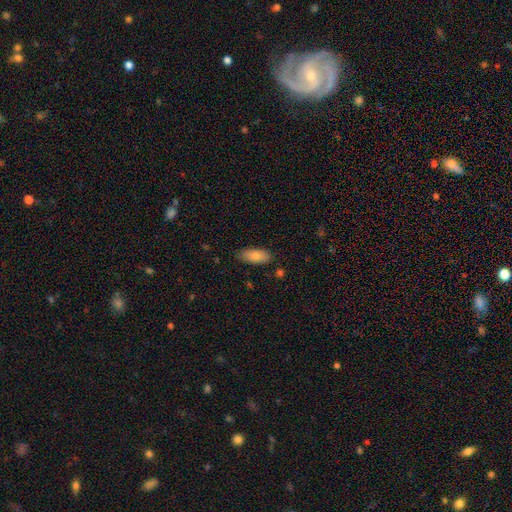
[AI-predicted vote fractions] smooth 83%, featured or disk 11%, star or artifact 6%. Down the decision tree: how rounded — in between (85%); merging — none (84%).